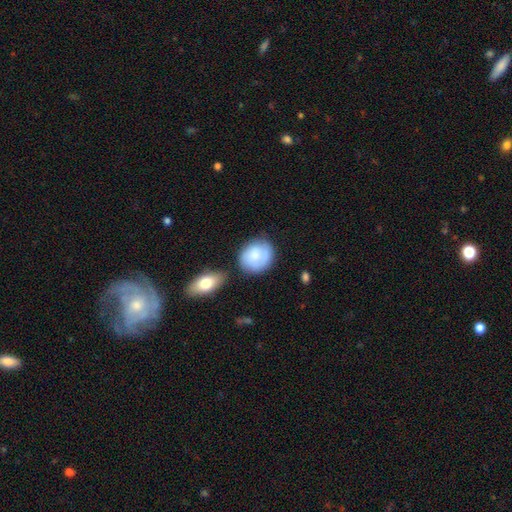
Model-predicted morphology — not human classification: This is likely a smooth galaxy (77%). How rounded: likely round (72%). Merging: likely none (63%).